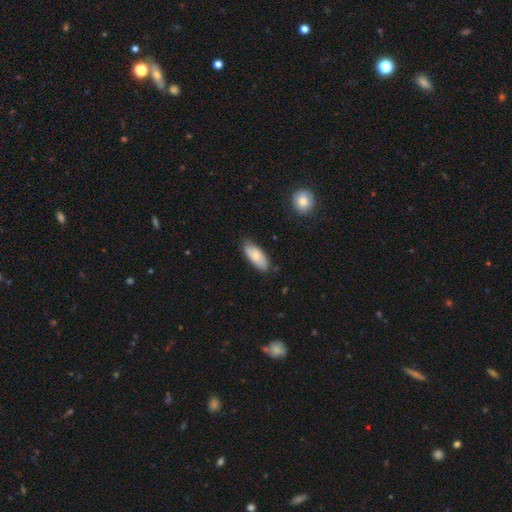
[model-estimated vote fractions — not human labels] Overall: smooth (76%). How rounded: in between (82%). Merging: none (76%).